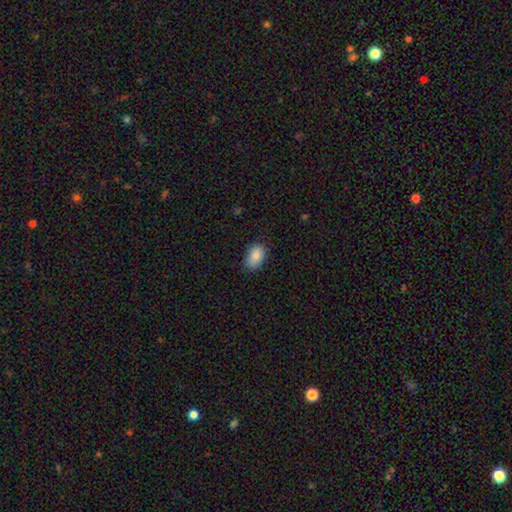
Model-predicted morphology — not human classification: smooth 87%, star or artifact 7%, featured or disk 5%. Down the decision tree: how rounded — in between (88%); merging — none (81%).